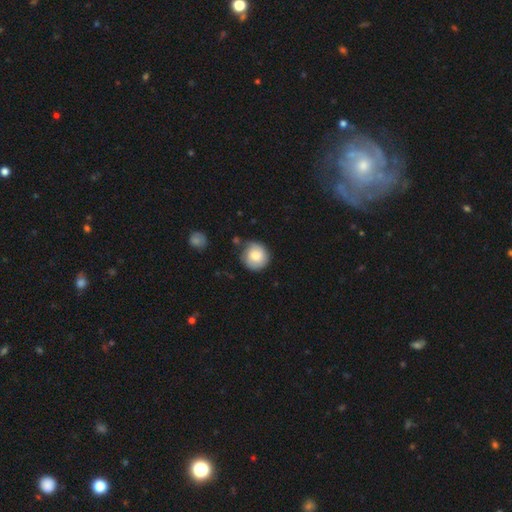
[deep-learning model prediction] Smooth or featured?
  - smooth: 80% *
  - featured or disk: 13%
  - star or artifact: 7%
How rounded?
  - round: 93% *
  - in between: 6%
  - cigar-shaped: 1%
Merging?
  - none: 76% *
  - minor disturbance: 17%
  - major disturbance: 4%
  - merger: 4%